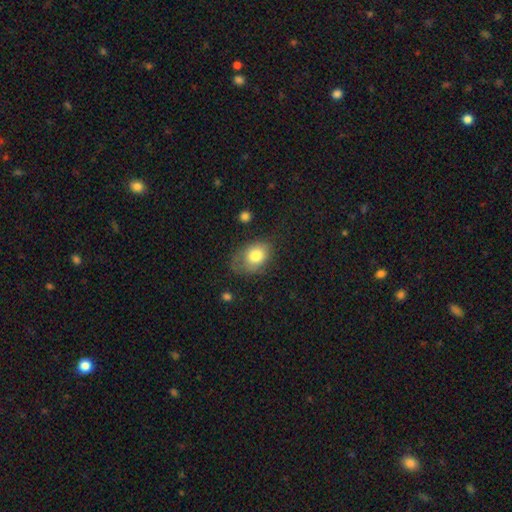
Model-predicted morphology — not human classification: Smooth or featured?
  - smooth: 77% *
  - featured or disk: 16%
  - star or artifact: 8%
How rounded?
  - in between: 75% *
  - round: 23%
  - cigar-shaped: 1%
Merging?
  - none: 49% *
  - minor disturbance: 32%
  - major disturbance: 17%
  - merger: 2%